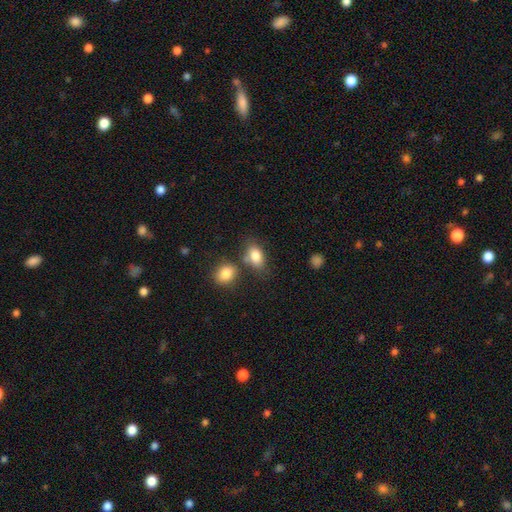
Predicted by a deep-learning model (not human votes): This is clearly a smooth galaxy (83%). How rounded: clearly in between (84%). Merging: possibly none (55%).